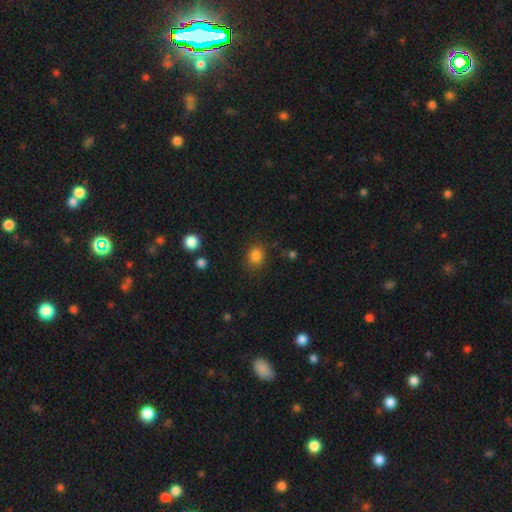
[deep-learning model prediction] The model was most divided on "how rounded": round: 65%, in between: 34%, cigar-shaped: 1%. More confident: smooth or featured — smooth (84%); merging — none (82%).